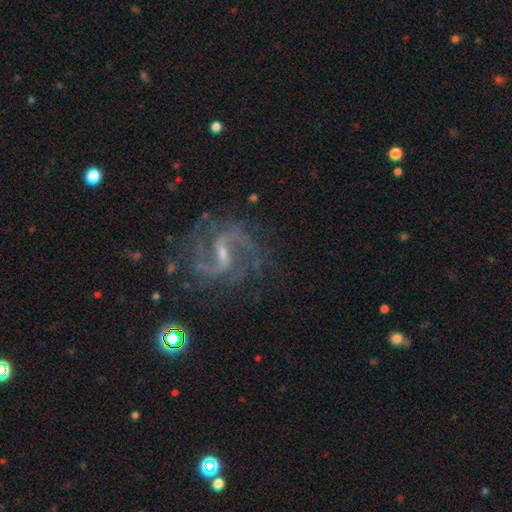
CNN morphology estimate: The model was most divided on "bar": weak: 47%, strong: 40%, no: 13%. More confident: spiral arms — yes (98%); edge-on disk — no (97%); smooth or featured — featured or disk (88%); spiral arm count — 2 (84%); merging — none (76%); bulge size — small (67%); spiral winding — medium (51%).